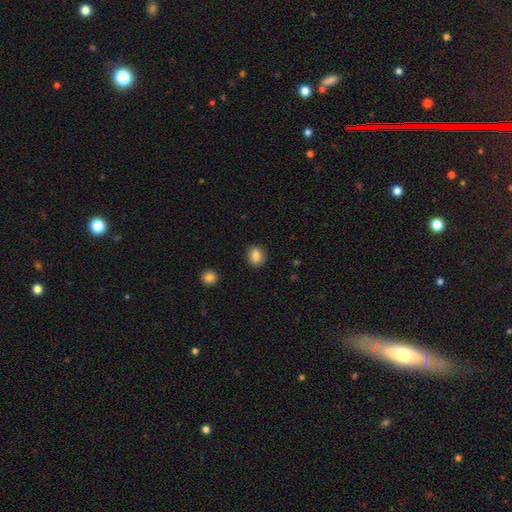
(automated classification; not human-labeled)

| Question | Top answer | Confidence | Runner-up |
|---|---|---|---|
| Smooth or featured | smooth | 86% | star or artifact (9%) |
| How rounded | round | 71% | in between (28%) |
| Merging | none | 89% | minor disturbance (8%) |